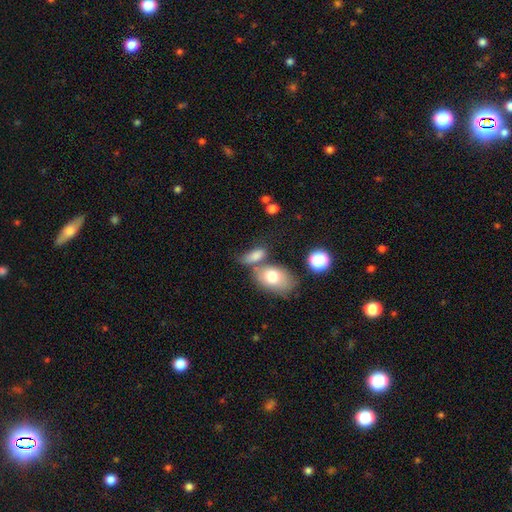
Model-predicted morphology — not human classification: Smooth or featured?
  - smooth: 77% *
  - featured or disk: 13%
  - star or artifact: 10%
How rounded?
  - in between: 82% *
  - round: 10%
  - cigar-shaped: 8%
Merging?
  - none: 41% *
  - merger: 35%
  - minor disturbance: 16%
  - major disturbance: 8%